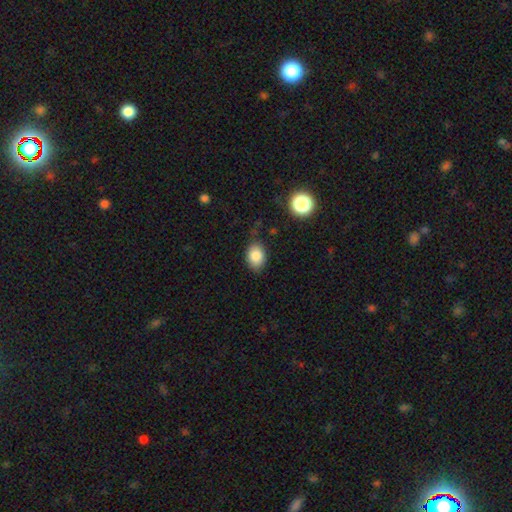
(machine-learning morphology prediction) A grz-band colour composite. It shows a smooth galaxy with no disk features (85%) that is in between round and cigar-shaped (75%). Merging: none (79%).